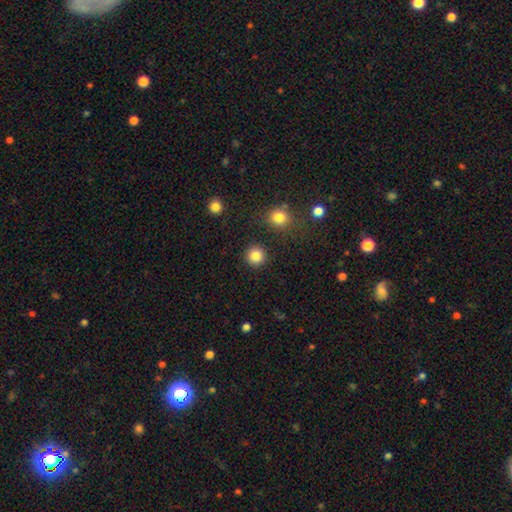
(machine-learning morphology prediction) This appears to be a smooth galaxy with no disk features (85%) that is round (94%). Merging: none (91%).